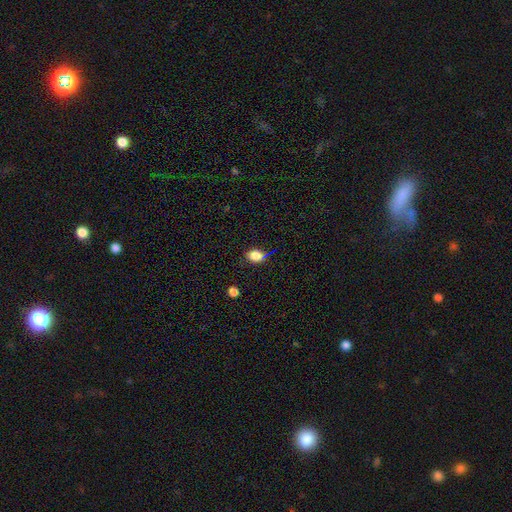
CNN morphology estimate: smooth_or_featured: smooth (p=0.82) [alt: star or artifact p=0.11]
how_rounded: in between (p=0.65) [alt: round p=0.33]
merging: none (p=0.62) [alt: minor disturbance p=0.27]